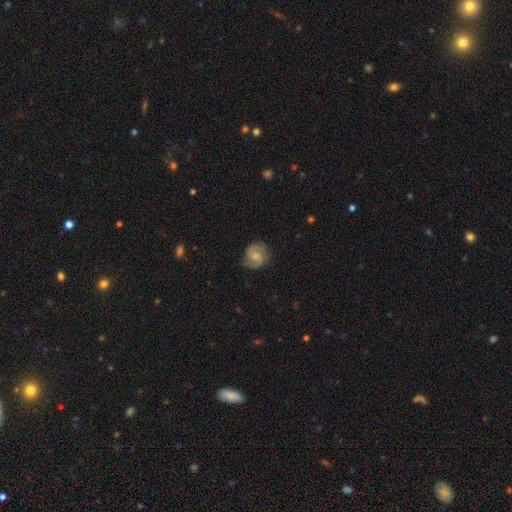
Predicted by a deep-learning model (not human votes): smooth_or_featured: featured or disk (p=0.67) [alt: smooth p=0.27]
disk_edge_on: no (p=0.98) [alt: yes p=0.02]
bar: no (p=0.51) [alt: weak p=0.42]
has_spiral_arms: yes (p=0.93) [alt: no p=0.07]
spiral_winding: medium (p=0.48) [alt: tight p=0.36]
spiral_arm_count: 2 (p=0.87) [alt: can't tell p=0.07]
bulge_size: moderate (p=0.53) [alt: small p=0.35]
merging: none (p=0.79) [alt: minor disturbance p=0.16]